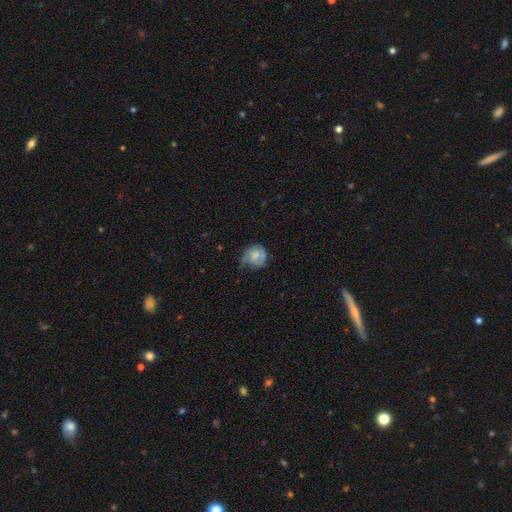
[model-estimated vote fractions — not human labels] Morphology: type=smooth (55%); roundness=round (75%); merging=none (39%).